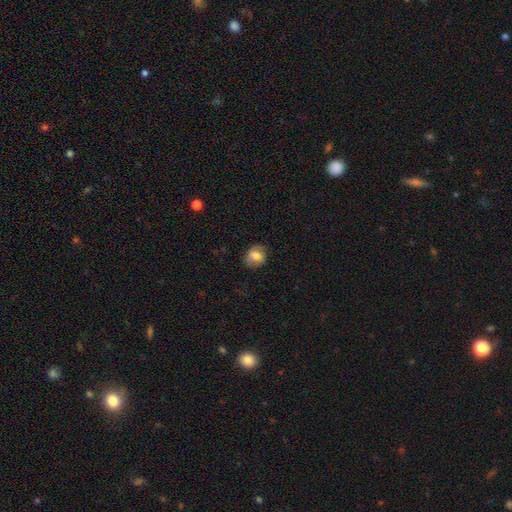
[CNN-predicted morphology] type=smooth (69%); roundness=round (59%); merging=none (72%).